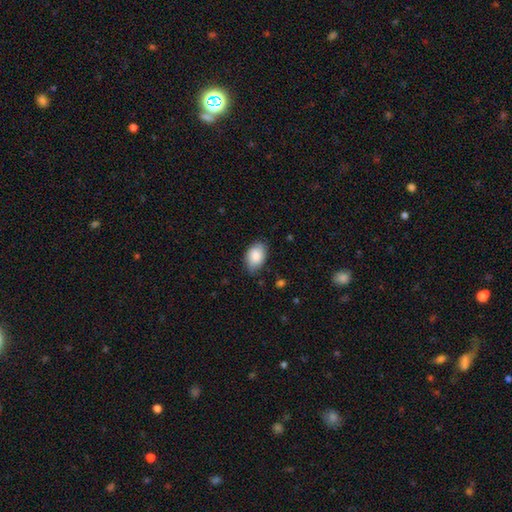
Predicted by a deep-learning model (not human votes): Smooth or featured?
  - smooth: 87% *
  - featured or disk: 6%
  - star or artifact: 6%
How rounded?
  - in between: 89% *
  - round: 10%
  - cigar-shaped: 1%
Merging?
  - none: 78% *
  - minor disturbance: 18%
  - major disturbance: 3%
  - merger: 1%